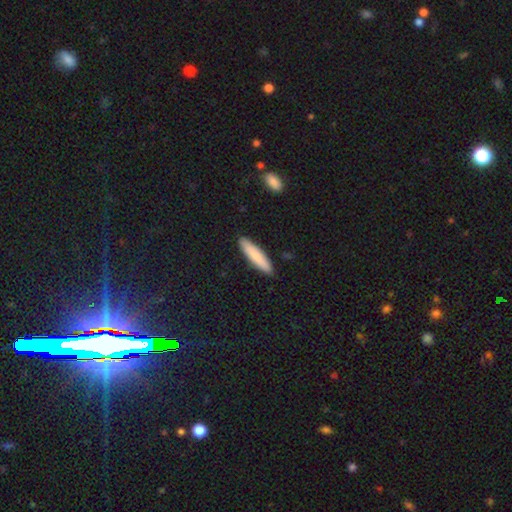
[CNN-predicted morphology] This is clearly a smooth galaxy (82%). How rounded: clearly cigar-shaped (82%). Merging: clearly none (90%).